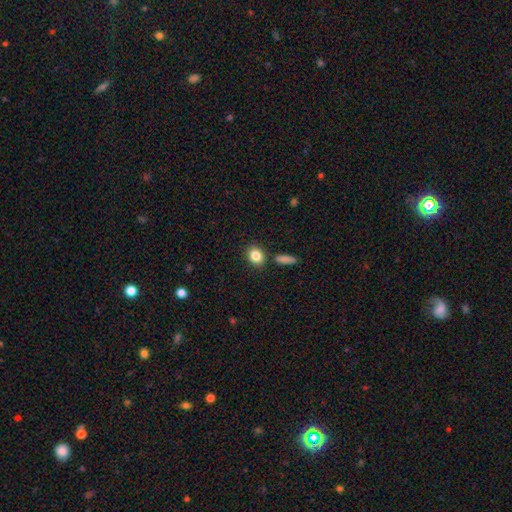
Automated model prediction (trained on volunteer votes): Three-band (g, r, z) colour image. It shows a smooth galaxy with no disk features (84%) that is round (53%). Merging: none (83%).